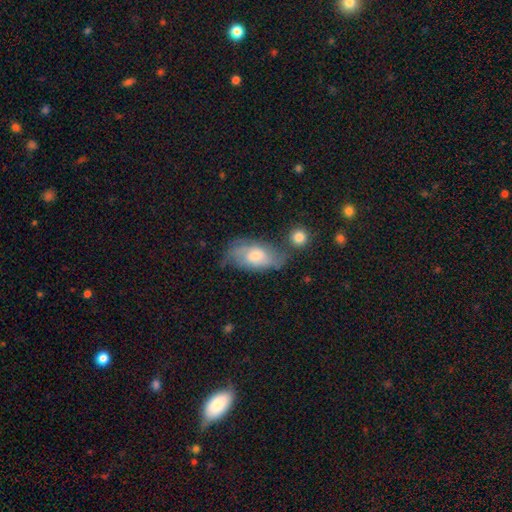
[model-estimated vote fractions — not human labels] featured or disk 52%, smooth 41%, star or artifact 8%. Down the decision tree: edge-on disk — no (91%); merging — none (52%).